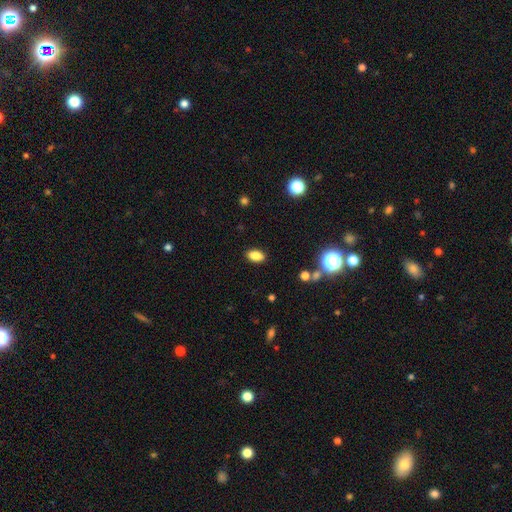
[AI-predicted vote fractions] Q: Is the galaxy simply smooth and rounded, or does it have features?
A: smooth — 84%.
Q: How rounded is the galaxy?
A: in between — 89%.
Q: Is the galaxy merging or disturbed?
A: none — 88%.